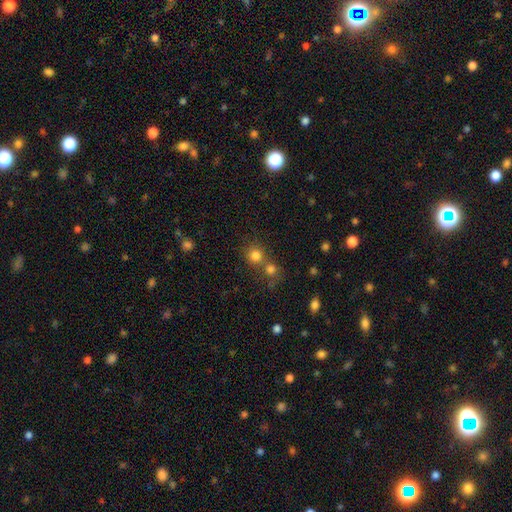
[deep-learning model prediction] This is likely a smooth galaxy (79%). How rounded: clearly round (86%). Merging: possibly none (49%).